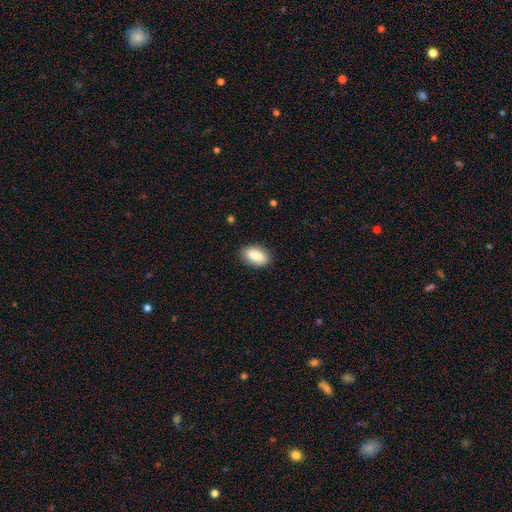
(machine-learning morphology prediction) The model was most divided on "merging": none: 87%, minor disturbance: 10%, major disturbance: 2%, merger: 1%. More confident: how rounded — in between (92%); smooth or featured — smooth (85%).